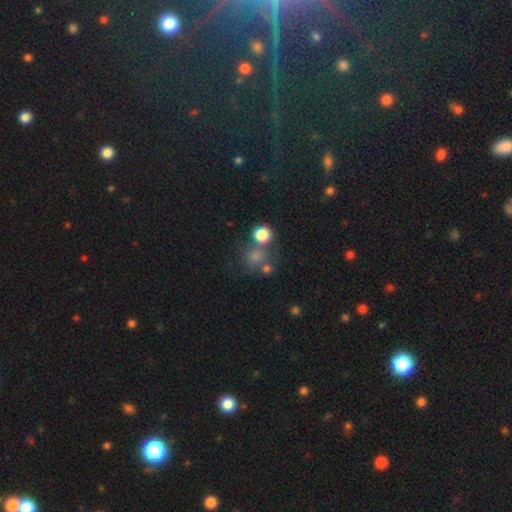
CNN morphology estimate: smooth_or_featured: smooth (p=0.61) [alt: star or artifact p=0.29]
how_rounded: round (p=0.85) [alt: in between p=0.14]
merging: none (p=0.61) [alt: merger p=0.22]